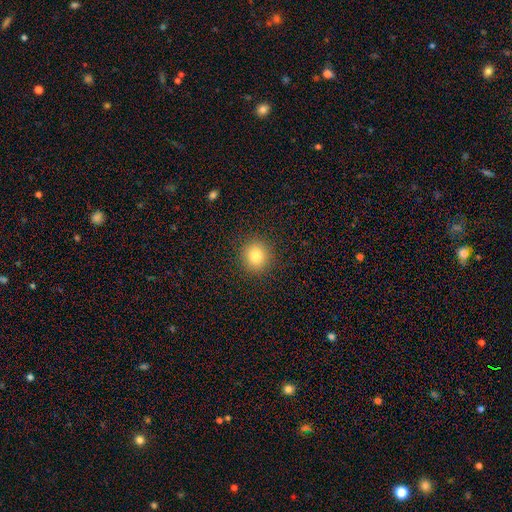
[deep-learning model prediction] A smooth galaxy with no disk features (84%) that is round (82%). Merging: none (90%).